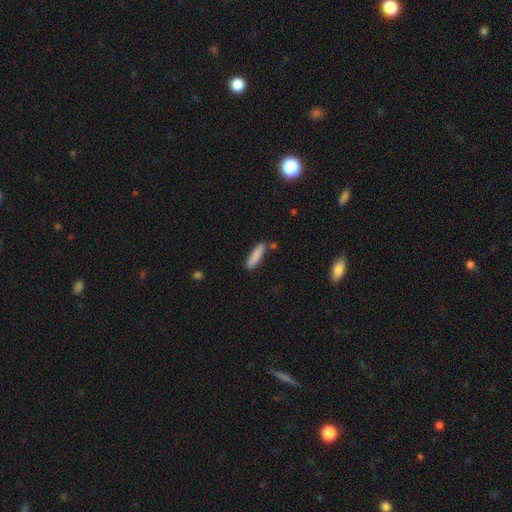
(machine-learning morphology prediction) This is clearly a smooth galaxy (86%). How rounded: likely cigar-shaped (77%). Merging: clearly none (81%).